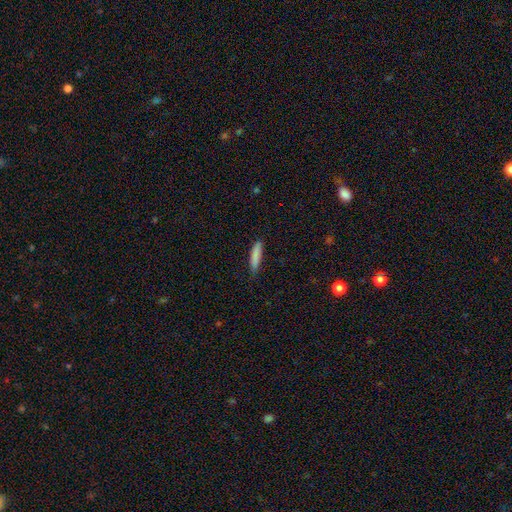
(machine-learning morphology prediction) A smooth galaxy with no disk features (84%) that is cigar-shaped (80%).

Vote fractions:
- Smooth or featured? smooth: 84% / featured or disk: 9% / star or artifact: 7%
- How rounded? cigar-shaped: 80% / in between: 18% / round: 1%
- Merging? none: 77% / minor disturbance: 18% / major disturbance: 3% / merger: 1%